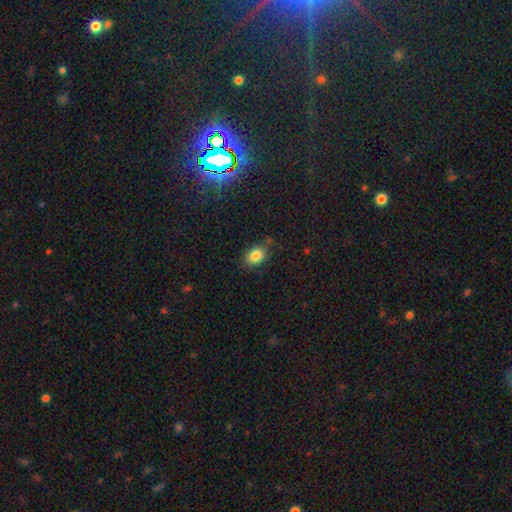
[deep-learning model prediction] smooth_or_featured: smooth (p=0.84) [alt: star or artifact p=0.10]
how_rounded: in between (p=0.71) [alt: round p=0.28]
merging: none (p=0.79) [alt: minor disturbance p=0.15]